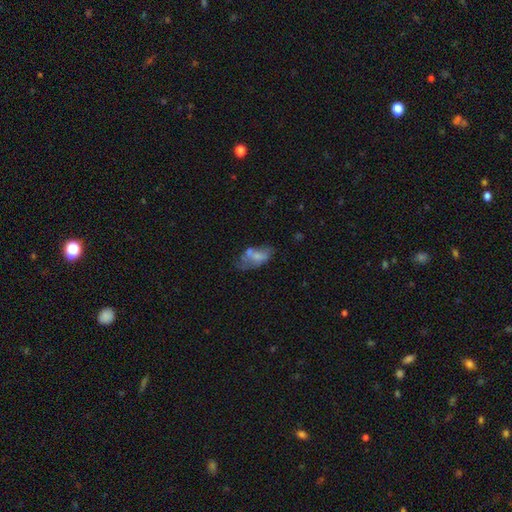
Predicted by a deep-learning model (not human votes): A smooth galaxy with no disk features (53%) that is in between round and cigar-shaped (89%).

Vote fractions:
- Smooth or featured? smooth: 53% / featured or disk: 37% / star or artifact: 10%
- How rounded? in between: 89% / cigar-shaped: 6% / round: 5%
- Merging? none: 32% / minor disturbance: 24% / merger: 23% / major disturbance: 21%